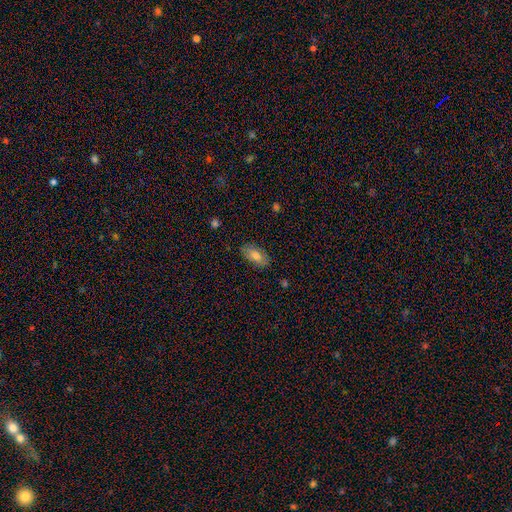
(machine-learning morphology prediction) smooth 75%, featured or disk 17%, star or artifact 8%. Down the decision tree: how rounded — in between (92%); merging — none (84%).